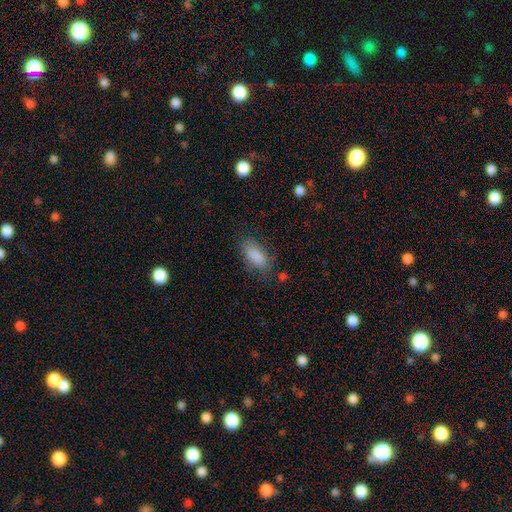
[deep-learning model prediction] Smooth or featured?
  - smooth: 87% *
  - star or artifact: 7%
  - featured or disk: 6%
How rounded?
  - in between: 90% *
  - cigar-shaped: 7%
  - round: 3%
Merging?
  - none: 75% *
  - minor disturbance: 17%
  - major disturbance: 6%
  - merger: 2%